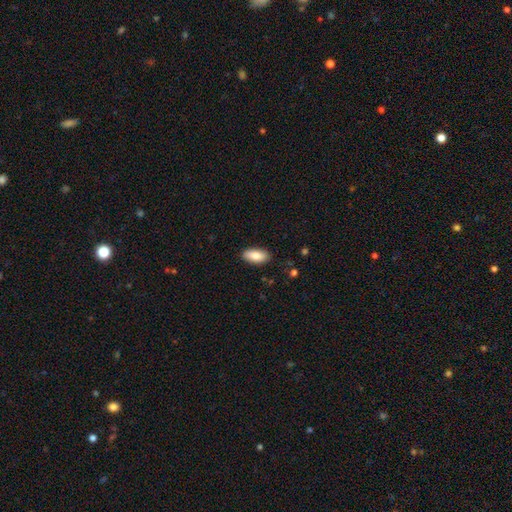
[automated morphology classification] The model was most divided on "smooth or featured": smooth: 84%, featured or disk: 10%, star or artifact: 6%. More confident: how rounded — in between (89%); merging — none (87%).